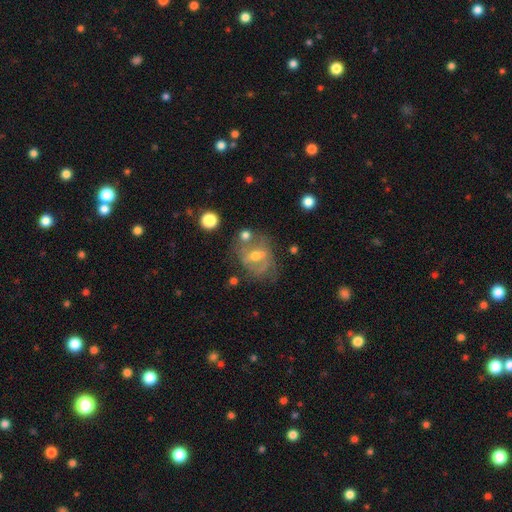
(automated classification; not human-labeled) Smooth or featured?
  - featured or disk: 66% *
  - smooth: 24%
  - star or artifact: 11%
Edge-on disk?
  - no: 94% *
  - yes: 6%
Bar?
  - weak: 45% *
  - strong: 33%
  - no: 22%
Spiral arms?
  - yes: 61% *
  - no: 39%
Bulge size?
  - moderate: 61% *
  - small: 31%
  - large: 4%
  - none: 3%
  - dominant: 1%
Merging?
  - none: 52% *
  - minor disturbance: 22%
  - major disturbance: 15%
  - merger: 11%